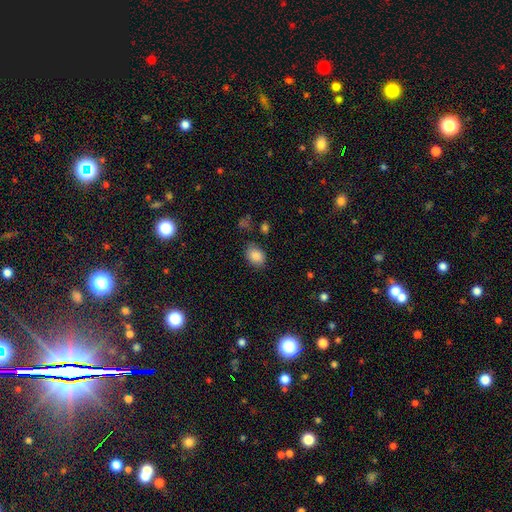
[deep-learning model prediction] smooth_or_featured: smooth (p=0.87) [alt: star or artifact p=0.08]
how_rounded: in between (p=0.70) [alt: round p=0.29]
merging: none (p=0.76) [alt: minor disturbance p=0.17]